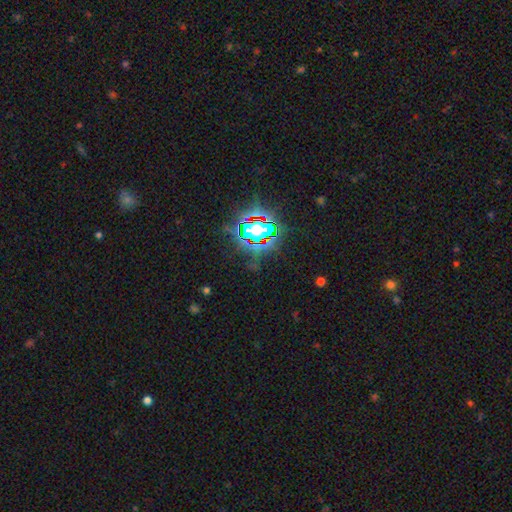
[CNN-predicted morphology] type=star or artifact (80%).